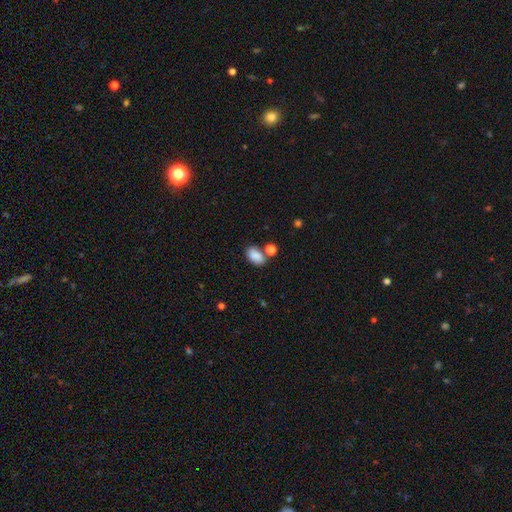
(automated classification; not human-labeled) Morphology: type=smooth (86%); roundness=in between (88%); merging=none (60%).